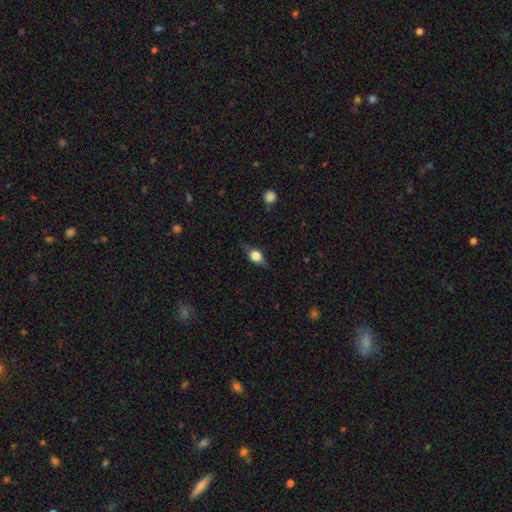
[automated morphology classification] Q: Smooth or featured?
A: smooth (60%); runner-up: featured or disk (31%)
Q: How rounded?
A: in between (60%); runner-up: round (31%)
Q: Merging?
A: none (72%); runner-up: minor disturbance (20%)